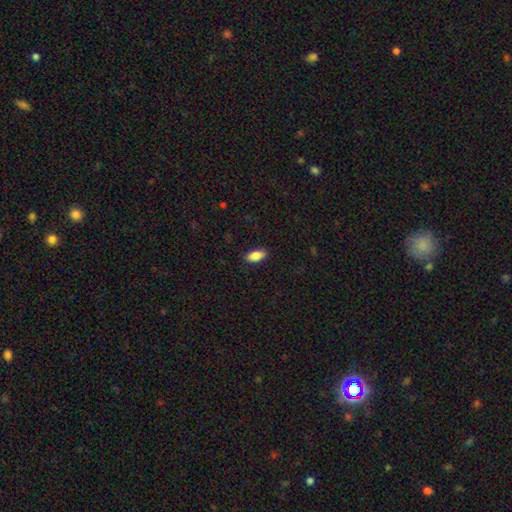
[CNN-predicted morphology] smooth 86%, featured or disk 7%, star or artifact 7%. Down the decision tree: how rounded — in between (90%); merging — none (89%).